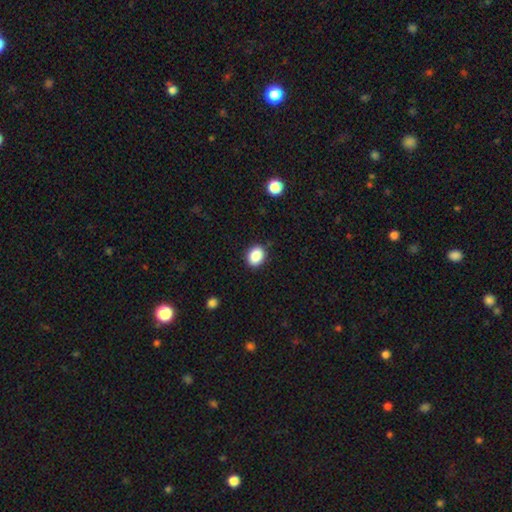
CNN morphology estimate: Smooth or featured? Predicted: smooth (p=0.88). How rounded? Predicted: in between (p=0.59). Merging? Predicted: none (p=0.87).